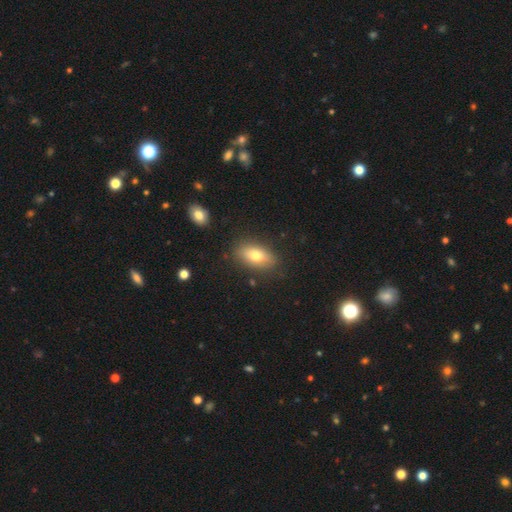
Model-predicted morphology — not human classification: smooth 72%, featured or disk 20%, star or artifact 8%. Down the decision tree: how rounded — in between (85%); merging — none (83%).